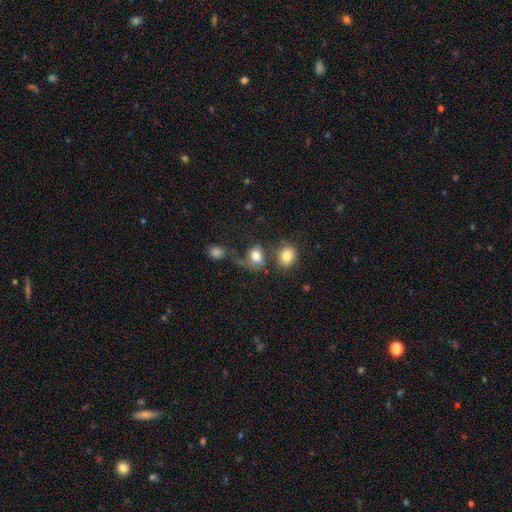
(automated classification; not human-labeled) Smooth or featured? Predicted: smooth (p=0.79). How rounded? Predicted: in between (p=0.52). Merging? Predicted: none (p=0.44).